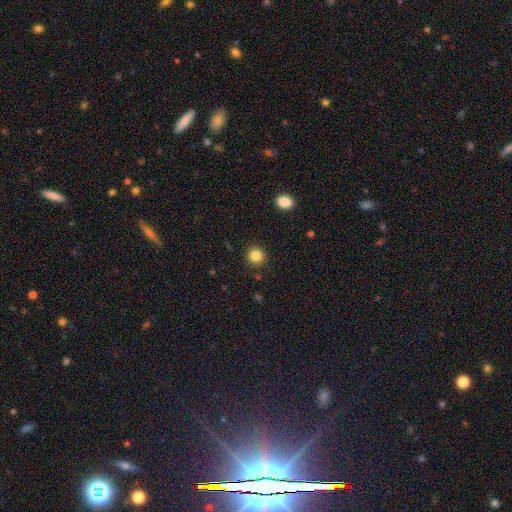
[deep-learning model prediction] smooth_or_featured: smooth (p=0.84) [alt: star or artifact p=0.11]
how_rounded: round (p=0.92) [alt: in between p=0.07]
merging: none (p=0.91) [alt: minor disturbance p=0.06]